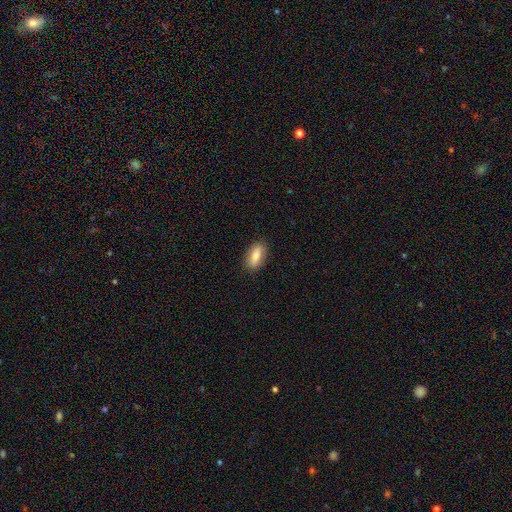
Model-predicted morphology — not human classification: type=smooth (82%); roundness=in between (79%); merging=none (87%).